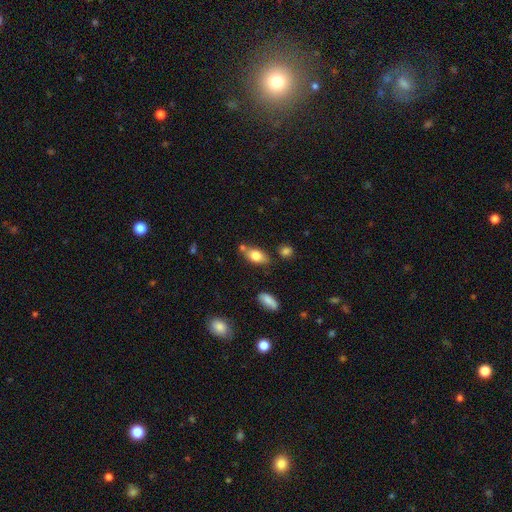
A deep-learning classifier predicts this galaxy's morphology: Smooth or featured? smooth (78%)
How rounded? in between (84%)
Merging? none (64%)